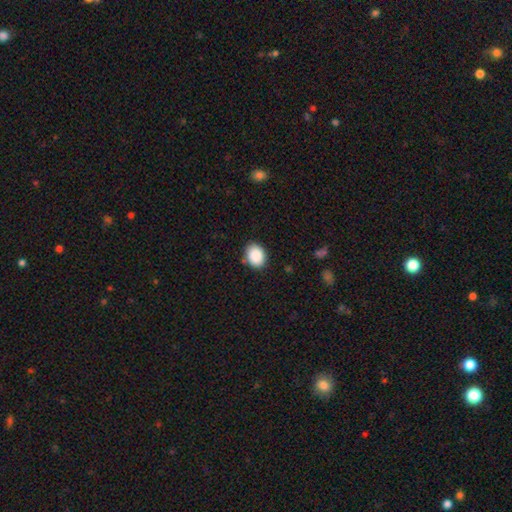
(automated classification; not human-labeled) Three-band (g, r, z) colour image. It shows a smooth galaxy with no disk features (89%) that is in between round and cigar-shaped (59%). Merging: none (85%).